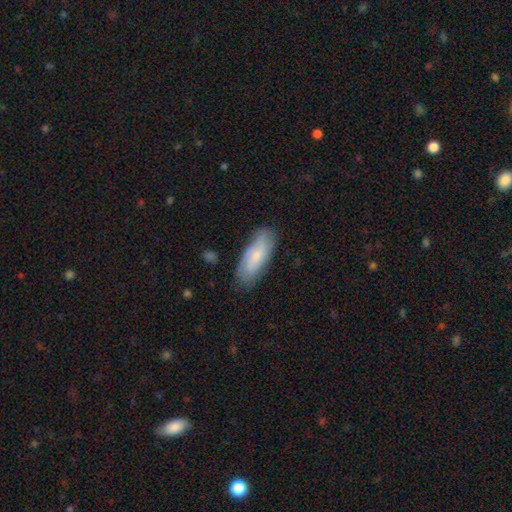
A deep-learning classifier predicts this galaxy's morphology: smooth 61%, featured or disk 32%, star or artifact 7%. Down the decision tree: how rounded — in between (74%); merging — none (78%).